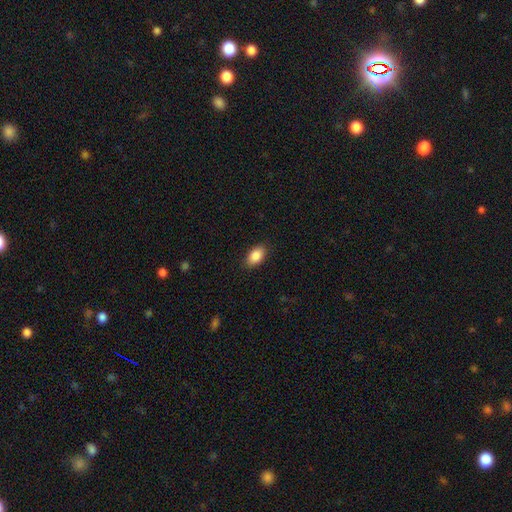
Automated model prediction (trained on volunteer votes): Smooth or featured? Predicted: smooth (p=0.88). How rounded? Predicted: in between (p=0.90). Merging? Predicted: none (p=0.87).